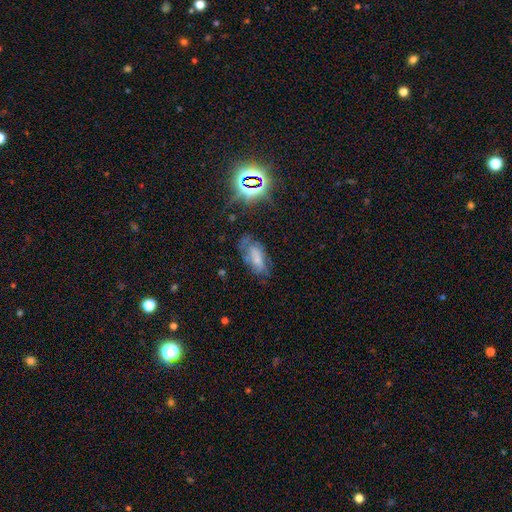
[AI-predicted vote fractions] Smooth or featured?
  - smooth: 54% *
  - featured or disk: 30%
  - star or artifact: 16%
How rounded?
  - in between: 82% *
  - cigar-shaped: 14%
  - round: 4%
Merging?
  - none: 52% *
  - minor disturbance: 27%
  - major disturbance: 17%
  - merger: 4%